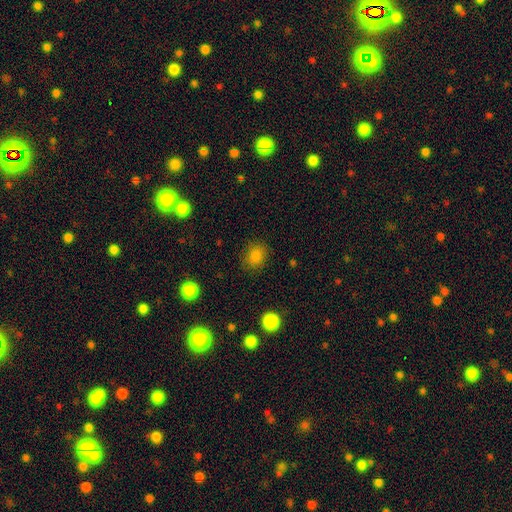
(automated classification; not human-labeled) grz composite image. It shows a smooth galaxy with no disk features (83%) that is round (66%). Merging: none (84%).